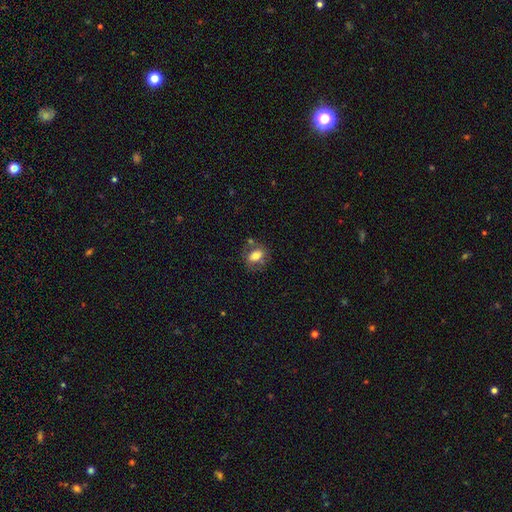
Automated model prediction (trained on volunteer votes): Smooth or featured? smooth (68%)
How rounded? in between (73%)
Merging? none (61%)